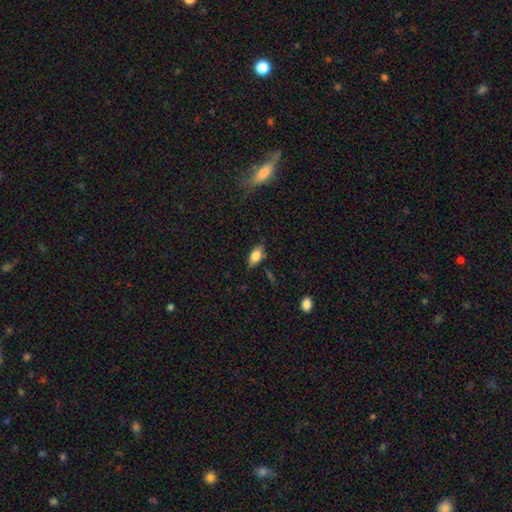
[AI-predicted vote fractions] A smooth galaxy with no disk features (76%) that is in between round and cigar-shaped (86%). Merging: none (74%).